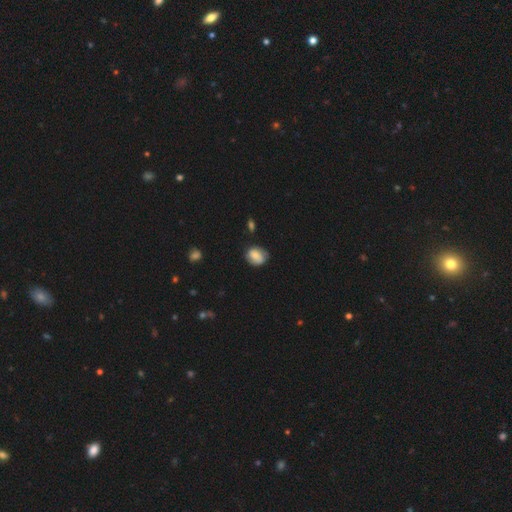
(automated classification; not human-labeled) Smooth or featured? smooth (76%)
How rounded? in between (52%)
Merging? none (66%)